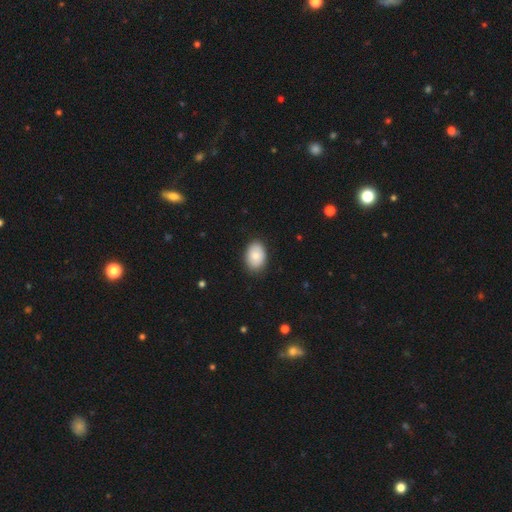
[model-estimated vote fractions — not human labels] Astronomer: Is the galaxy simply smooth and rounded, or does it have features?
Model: smooth — 83%.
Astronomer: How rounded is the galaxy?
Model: in between — 83%.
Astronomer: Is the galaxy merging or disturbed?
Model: none — 87%.